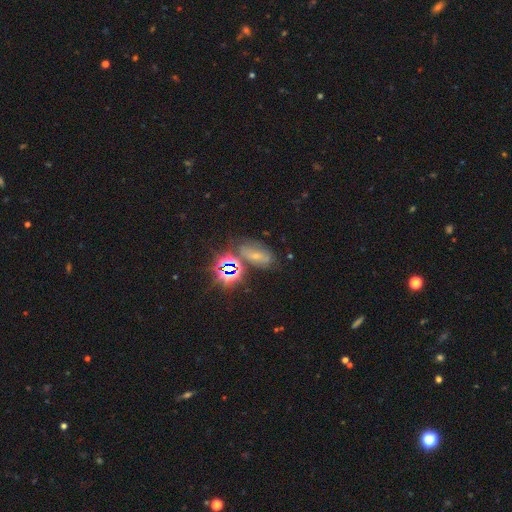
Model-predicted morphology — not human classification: Q: Smooth or featured?
A: star or artifact (43%); runner-up: smooth (29%)